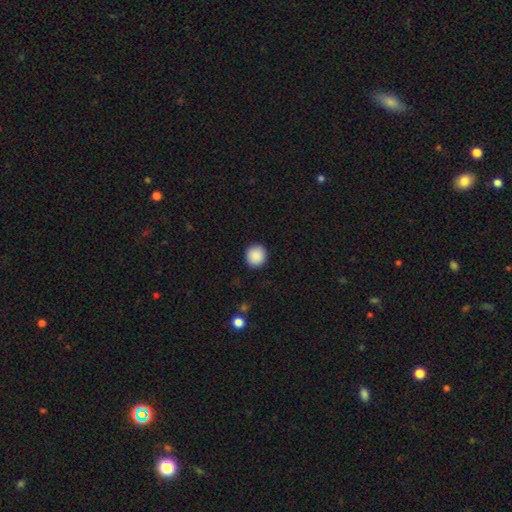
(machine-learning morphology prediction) type=smooth (90%); roundness=round (95%); merging=none (93%).